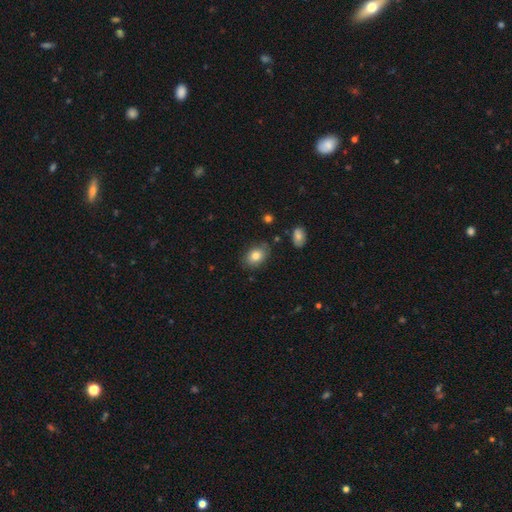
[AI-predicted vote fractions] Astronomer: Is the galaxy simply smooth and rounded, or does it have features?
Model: smooth — 81%.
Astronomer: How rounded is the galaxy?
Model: in between — 78%.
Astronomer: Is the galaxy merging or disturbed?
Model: none — 80%.